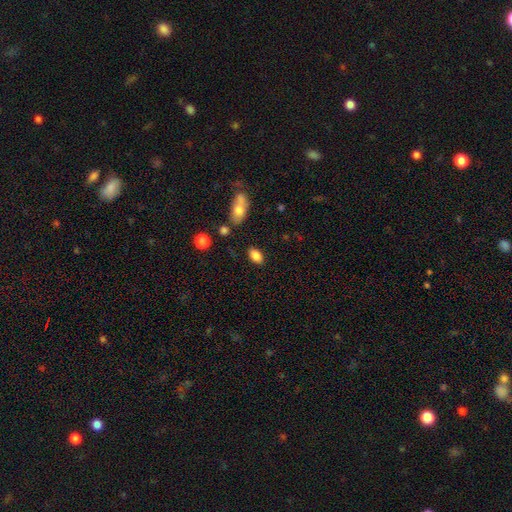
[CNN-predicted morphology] A smooth galaxy with no disk features (85%) that is in between round and cigar-shaped (90%). Merging: none (83%).